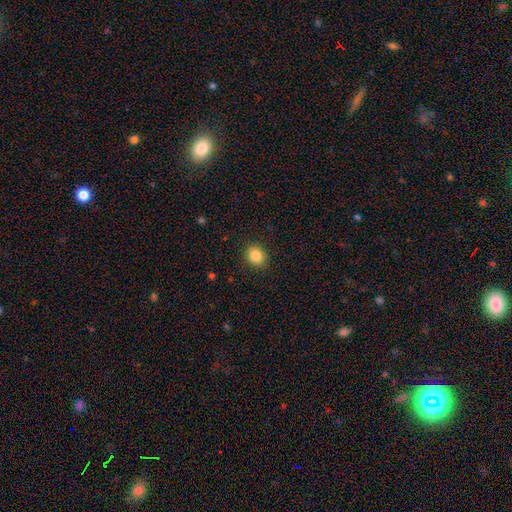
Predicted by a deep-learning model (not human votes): The model was most divided on "how rounded": round: 62%, in between: 38%, cigar-shaped: 1%. More confident: merging — none (89%); smooth or featured — smooth (86%).